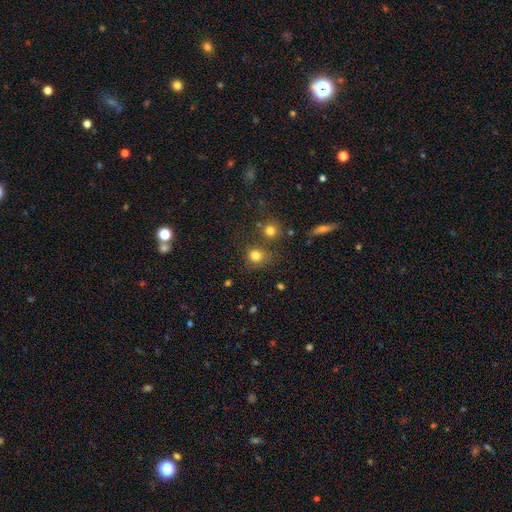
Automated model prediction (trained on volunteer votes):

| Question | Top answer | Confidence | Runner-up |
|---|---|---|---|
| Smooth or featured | smooth | 78% | star or artifact (15%) |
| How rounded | round | 75% | in between (24%) |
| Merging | none | 64% | merger (16%) |